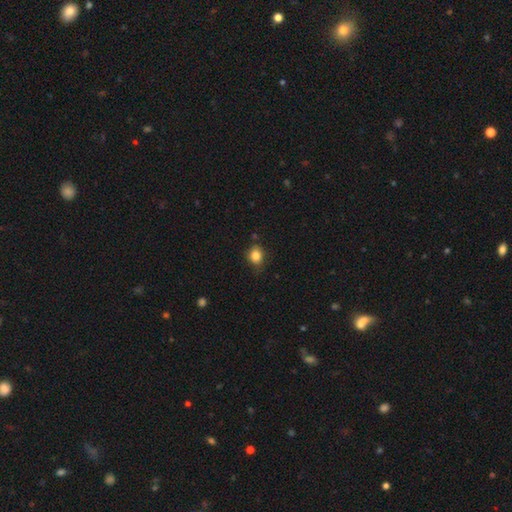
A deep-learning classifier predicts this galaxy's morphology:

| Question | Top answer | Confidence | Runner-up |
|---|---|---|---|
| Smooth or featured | smooth | 84% | star or artifact (10%) |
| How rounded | round | 57% | in between (42%) |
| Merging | none | 75% | minor disturbance (19%) |